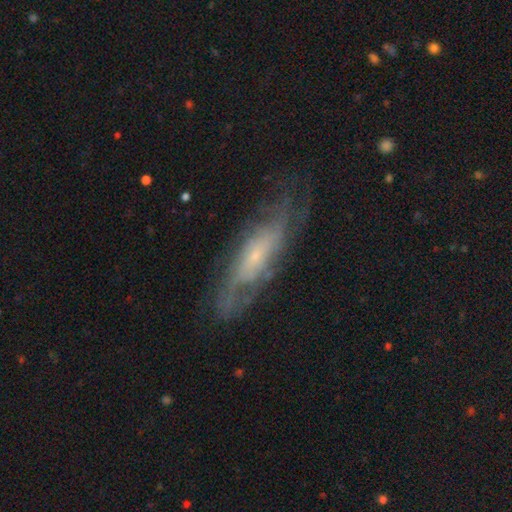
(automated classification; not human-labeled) Smooth or featured?
  - featured or disk: 72% *
  - smooth: 21%
  - star or artifact: 7%
Edge-on disk?
  - no: 75% *
  - yes: 25%
Bar?
  - no: 69% *
  - weak: 25%
  - strong: 6%
Spiral arms?
  - yes: 83% *
  - no: 17%
Bulge size?
  - small: 73% *
  - moderate: 18%
  - none: 5%
  - large: 2%
  - dominant: 1%
Merging?
  - none: 68% *
  - minor disturbance: 20%
  - major disturbance: 10%
  - merger: 2%